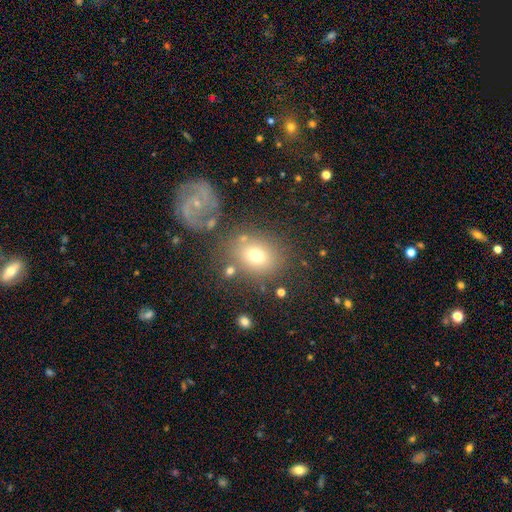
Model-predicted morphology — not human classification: Smooth or featured? smooth (68%)
How rounded? round (53%)
Merging? none (72%)